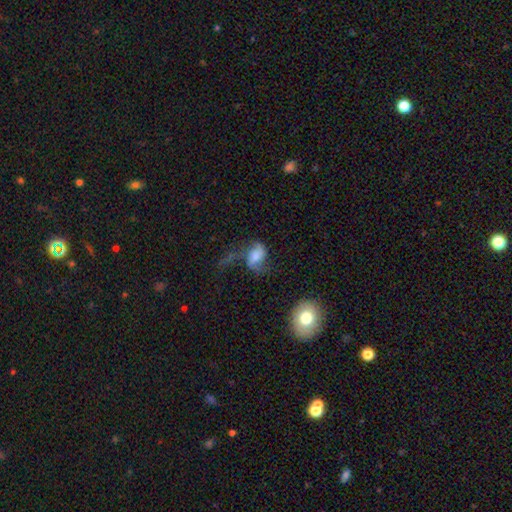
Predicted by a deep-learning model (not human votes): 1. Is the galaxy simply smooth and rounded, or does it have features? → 48% featured or disk, 41% smooth, 11% star or artifact.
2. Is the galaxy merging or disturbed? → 47% major disturbance, 26% none, 19% minor disturbance, 8% merger.